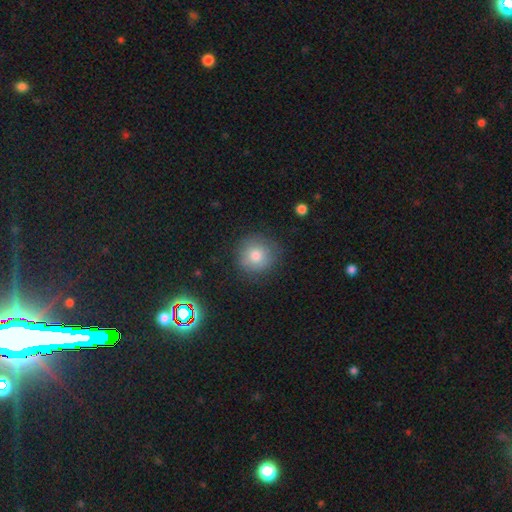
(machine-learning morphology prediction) Smooth or featured?
  - smooth: 76% *
  - star or artifact: 12%
  - featured or disk: 11%
How rounded?
  - round: 93% *
  - in between: 6%
  - cigar-shaped: 1%
Merging?
  - none: 83% *
  - minor disturbance: 12%
  - major disturbance: 3%
  - merger: 2%